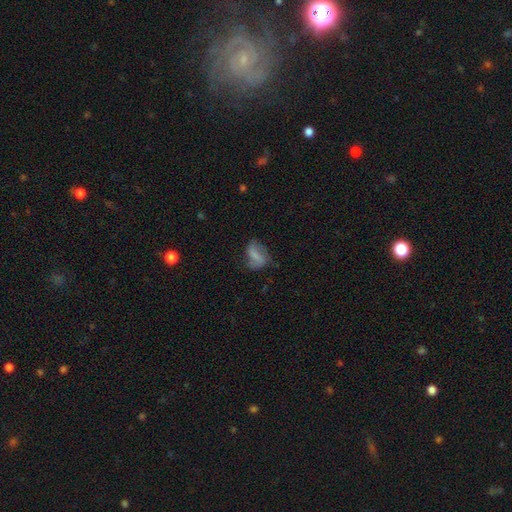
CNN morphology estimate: This is possibly a smooth galaxy (47%). Merging: possibly none (52%).